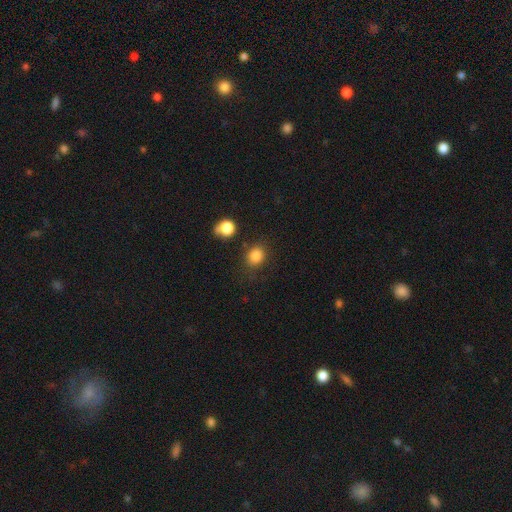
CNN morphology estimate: smooth_or_featured: smooth (p=0.83) [alt: star or artifact p=0.12]
how_rounded: round (p=0.66) [alt: in between p=0.33]
merging: none (p=0.78) [alt: minor disturbance p=0.13]